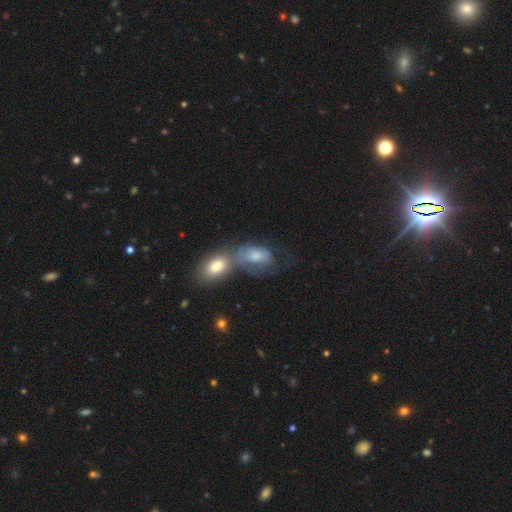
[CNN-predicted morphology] smooth_or_featured: smooth (p=0.63) [alt: featured or disk p=0.29]
how_rounded: in between (p=0.90) [alt: round p=0.08]
merging: merger (p=0.58) [alt: none p=0.17]